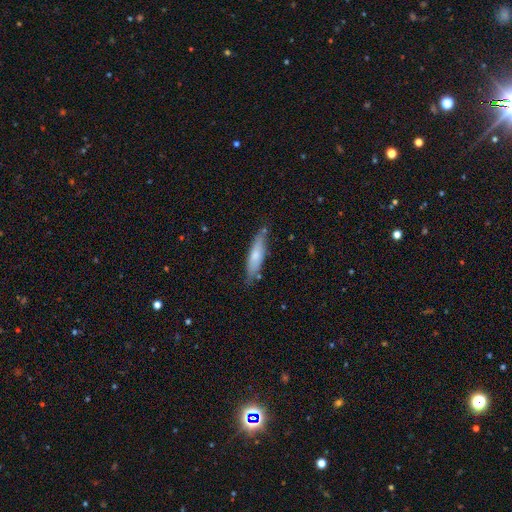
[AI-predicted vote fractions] Overall: smooth (65%; featured or disk 29%). How rounded: cigar-shaped (74%). Merging: none (75%).